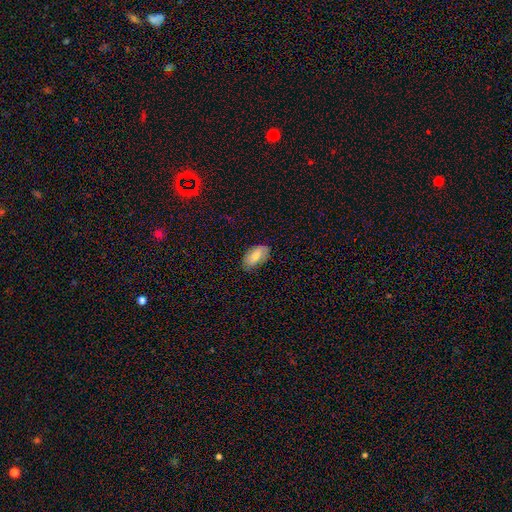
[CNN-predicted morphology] A smooth galaxy with no disk features (67%) that is in between round and cigar-shaped (93%).

Vote fractions:
- Smooth or featured? smooth: 67% / featured or disk: 25% / star or artifact: 9%
- How rounded? in between: 93% / round: 4% / cigar-shaped: 3%
- Merging? none: 78% / minor disturbance: 18% / major disturbance: 3% / merger: 1%